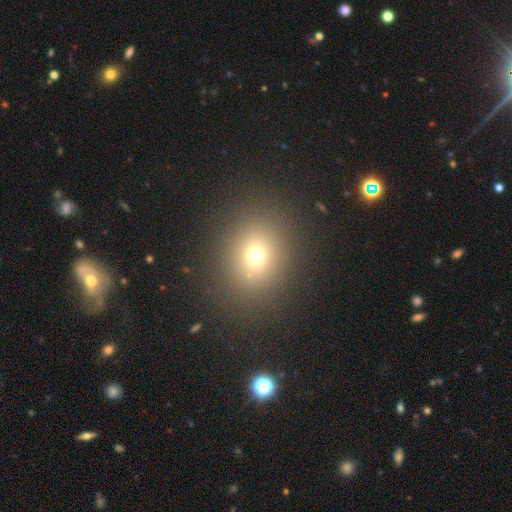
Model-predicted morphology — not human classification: type=smooth (69%); roundness=round (68%); merging=none (87%).